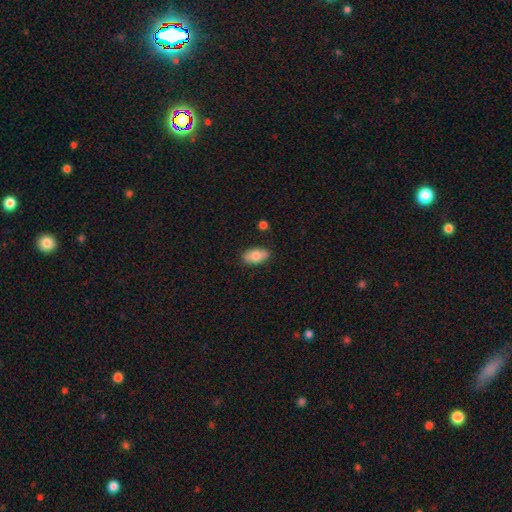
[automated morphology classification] smooth_or_featured: smooth (p=0.80) [alt: featured or disk p=0.14]
how_rounded: in between (p=0.93) [alt: round p=0.04]
merging: none (p=0.84) [alt: minor disturbance p=0.12]